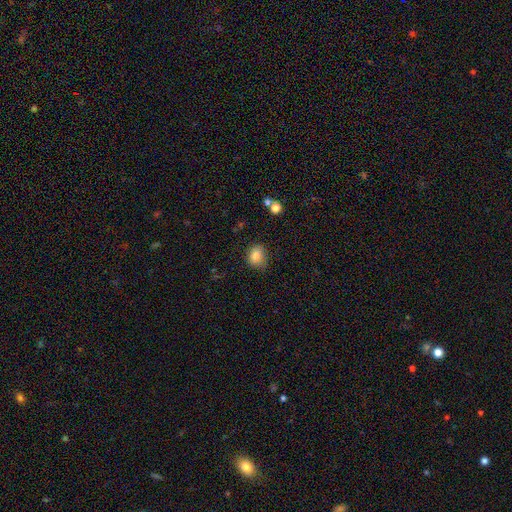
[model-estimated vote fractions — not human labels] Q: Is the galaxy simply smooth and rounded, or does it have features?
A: smooth — 84%.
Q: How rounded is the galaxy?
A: round — 56%.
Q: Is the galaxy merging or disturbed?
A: none — 72%.